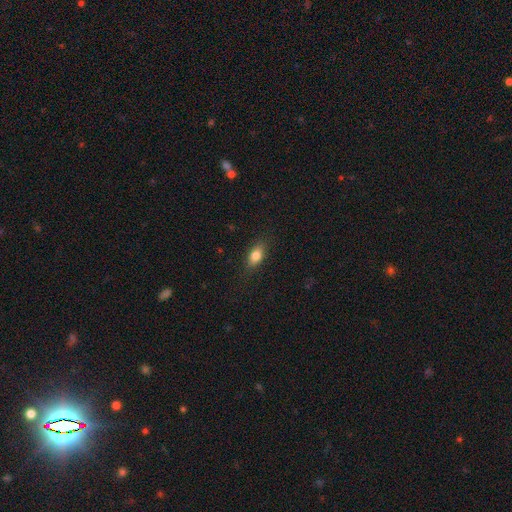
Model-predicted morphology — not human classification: A smooth galaxy with no disk features (80%) that is in between round and cigar-shaped (83%). Merging: none (84%).